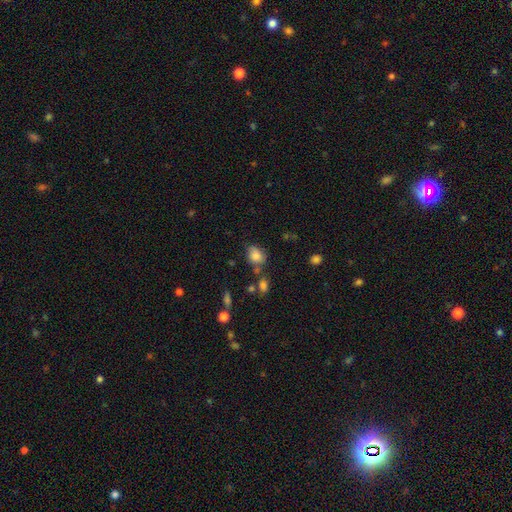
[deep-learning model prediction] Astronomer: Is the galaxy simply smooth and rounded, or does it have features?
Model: smooth — 79%.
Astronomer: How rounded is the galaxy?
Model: in between — 64%.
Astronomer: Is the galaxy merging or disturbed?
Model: none — 54%.